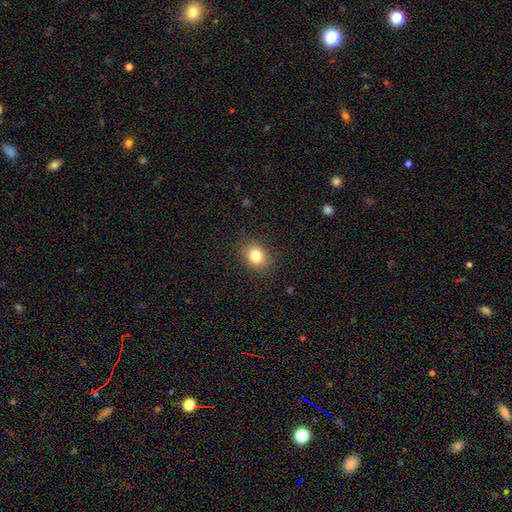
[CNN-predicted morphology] Smooth or featured: smooth — 81% (star or artifact — 12%)
How rounded: round — 64% (in between — 36%)
Merging: none — 87% (minor disturbance — 9%)